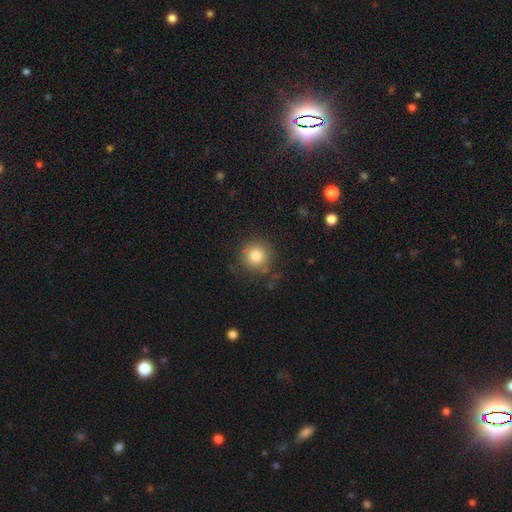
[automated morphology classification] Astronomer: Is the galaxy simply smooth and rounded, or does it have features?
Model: smooth — 80%.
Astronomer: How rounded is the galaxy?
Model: round — 94%.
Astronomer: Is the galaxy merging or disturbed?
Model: none — 82%.